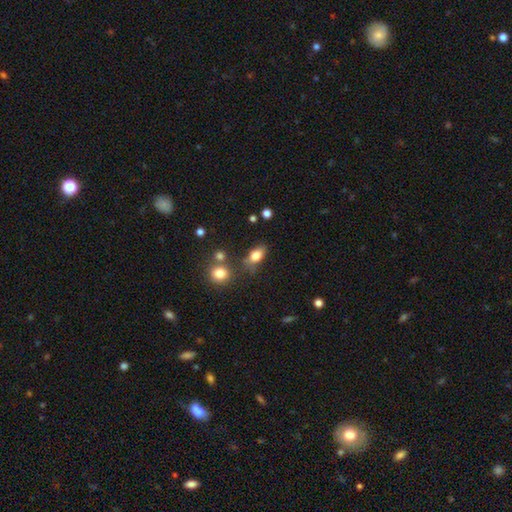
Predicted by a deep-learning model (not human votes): Smooth or featured: smooth — 81% (star or artifact — 10%)
How rounded: in between — 83% (round — 12%)
Merging: none — 64% (minor disturbance — 19%)